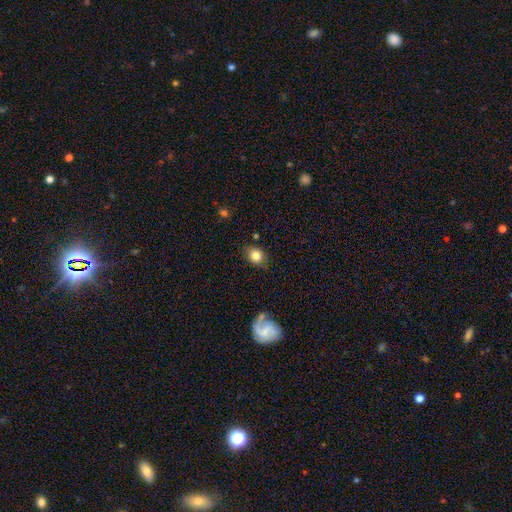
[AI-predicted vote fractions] Smooth or featured? smooth (79%)
How rounded? round (50%)
Merging? none (75%)